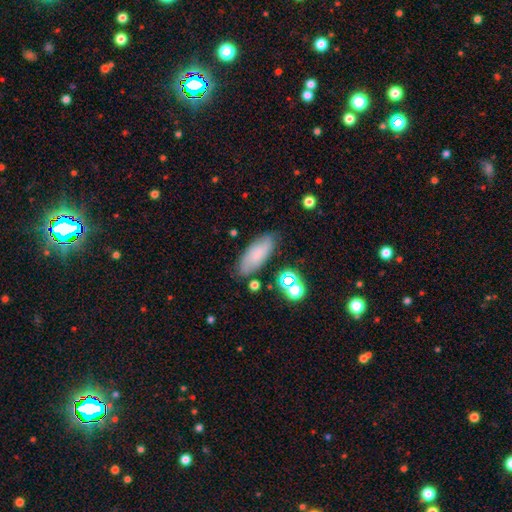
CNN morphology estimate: smooth_or_featured: smooth (p=0.68) [alt: featured or disk p=0.22]
how_rounded: in between (p=0.79) [alt: cigar-shaped p=0.18]
merging: none (p=0.77) [alt: minor disturbance p=0.16]